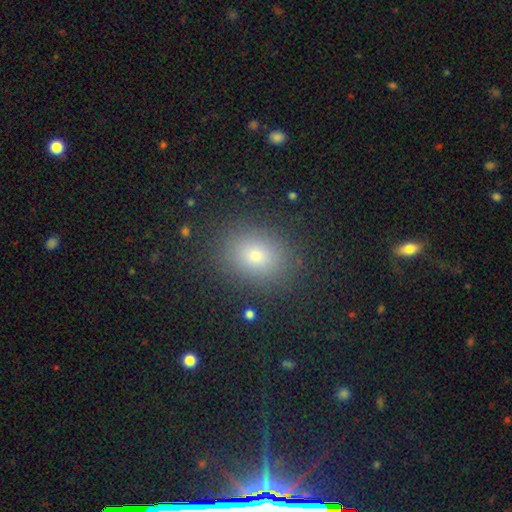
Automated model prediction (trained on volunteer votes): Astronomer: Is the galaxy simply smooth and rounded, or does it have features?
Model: smooth — 75%.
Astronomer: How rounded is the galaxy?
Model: in between — 52% (runner-up: round, 47%).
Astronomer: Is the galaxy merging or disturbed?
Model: none — 86%.